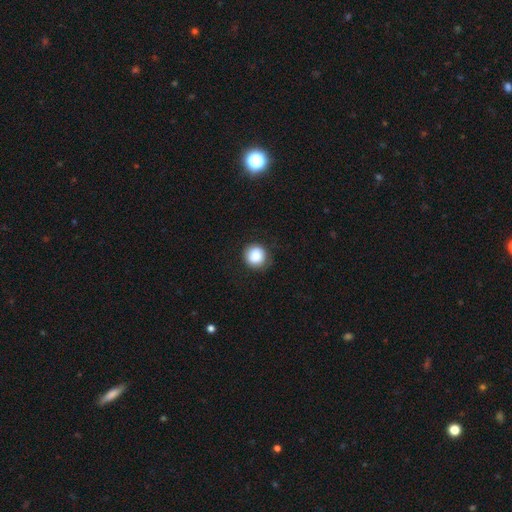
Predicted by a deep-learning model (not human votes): Smooth or featured?
  - smooth: 87% *
  - star or artifact: 8%
  - featured or disk: 5%
How rounded?
  - round: 93% *
  - in between: 6%
  - cigar-shaped: 1%
Merging?
  - none: 85% *
  - minor disturbance: 11%
  - major disturbance: 3%
  - merger: 1%